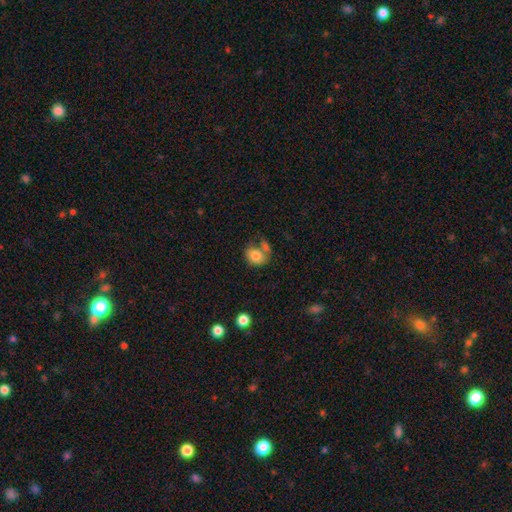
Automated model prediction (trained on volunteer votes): Smooth or featured?
  - smooth: 78% *
  - featured or disk: 14%
  - star or artifact: 8%
How rounded?
  - round: 53% *
  - in between: 46%
  - cigar-shaped: 1%
Merging?
  - none: 38% *
  - merger: 33%
  - minor disturbance: 18%
  - major disturbance: 11%